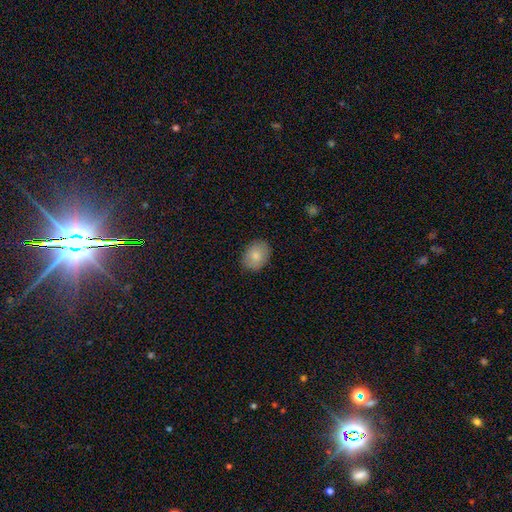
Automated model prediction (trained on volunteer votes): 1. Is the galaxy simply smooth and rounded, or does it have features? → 81% smooth, 12% featured or disk, 7% star or artifact.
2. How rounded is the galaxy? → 64% in between, 35% round, 1% cigar-shaped.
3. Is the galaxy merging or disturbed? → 87% none, 10% minor disturbance, 2% major disturbance, 1% merger.